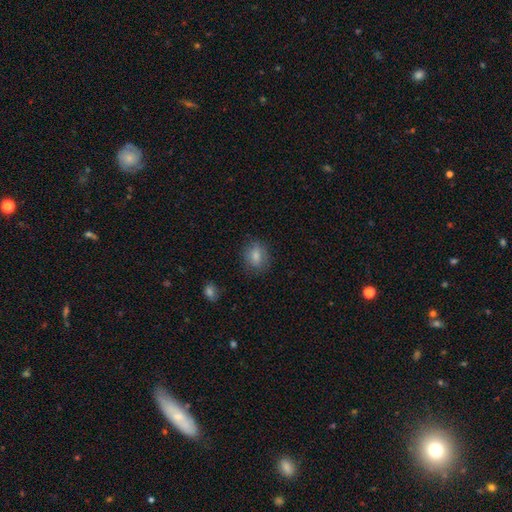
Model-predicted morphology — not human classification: This appears to be a smooth galaxy with no disk features (80%) that is in between round and cigar-shaped (52%). Merging: none (78%).